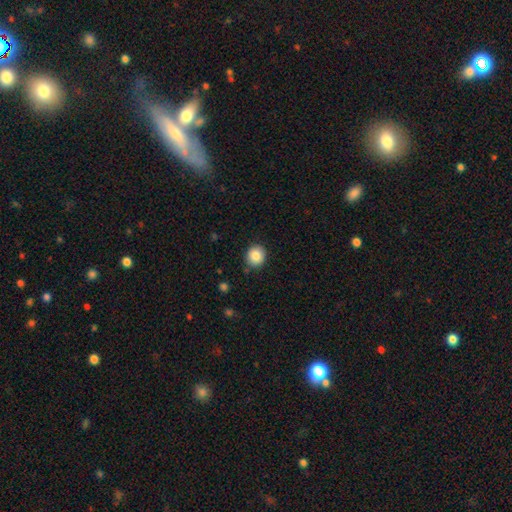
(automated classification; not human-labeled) A smooth galaxy with no disk features (86%) that is round (85%).

Vote fractions:
- Smooth or featured? smooth: 86% / star or artifact: 9% / featured or disk: 5%
- How rounded? round: 85% / in between: 14% / cigar-shaped: 1%
- Merging? none: 88% / minor disturbance: 9% / major disturbance: 2% / merger: 2%